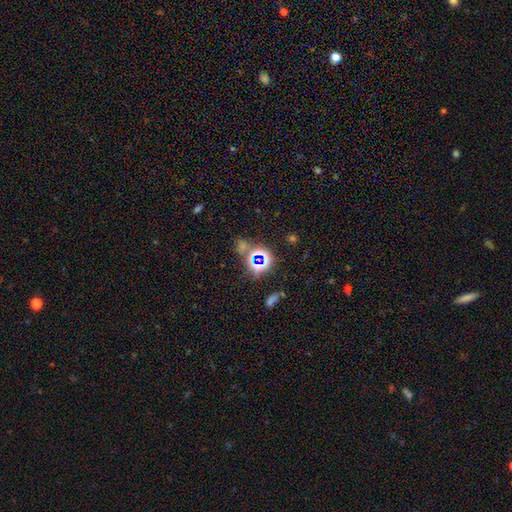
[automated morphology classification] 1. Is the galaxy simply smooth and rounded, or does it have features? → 68% star or artifact, 20% smooth, 12% featured or disk.